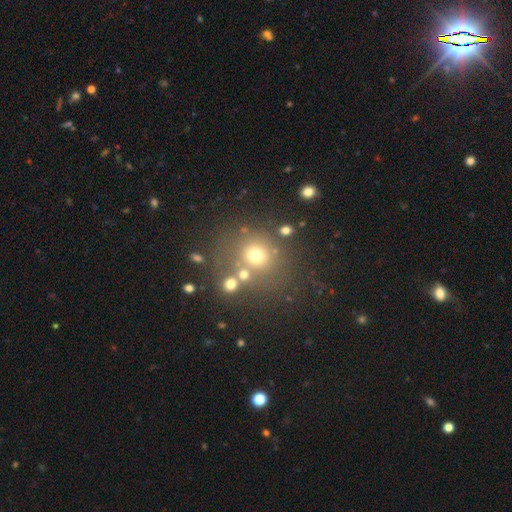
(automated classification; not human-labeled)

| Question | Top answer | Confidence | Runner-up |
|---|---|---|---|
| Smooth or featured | smooth | 65% | star or artifact (22%) |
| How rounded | round | 84% | in between (15%) |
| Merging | none | 67% | merger (15%) |